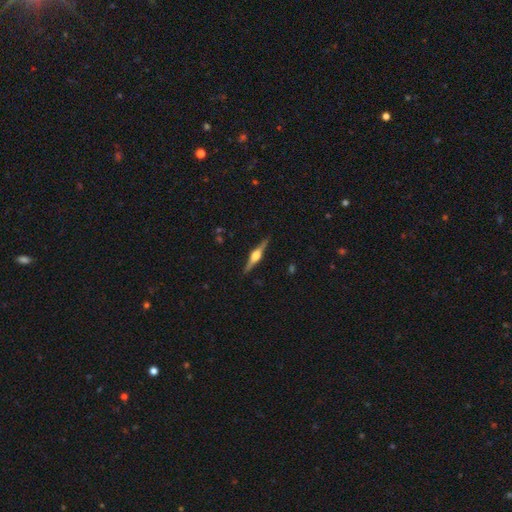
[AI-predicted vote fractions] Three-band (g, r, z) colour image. It shows a featured or disk galaxy (81%) viewed edge-on (98%) with a rounded central bulge (93%). Merging: none (90%).